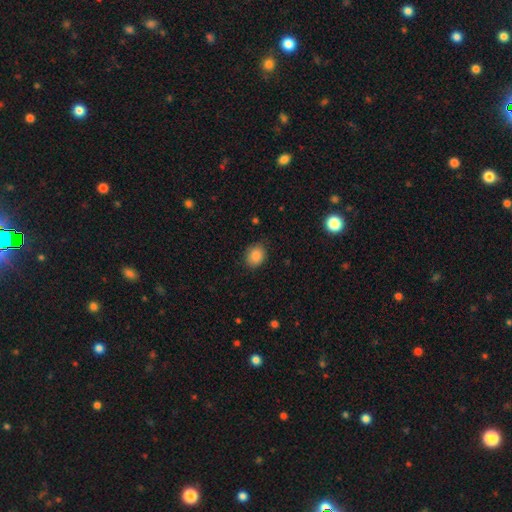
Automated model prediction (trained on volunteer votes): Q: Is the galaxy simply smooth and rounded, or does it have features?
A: smooth — 86%.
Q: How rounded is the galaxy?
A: round — 52%.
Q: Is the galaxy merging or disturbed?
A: none — 85%.